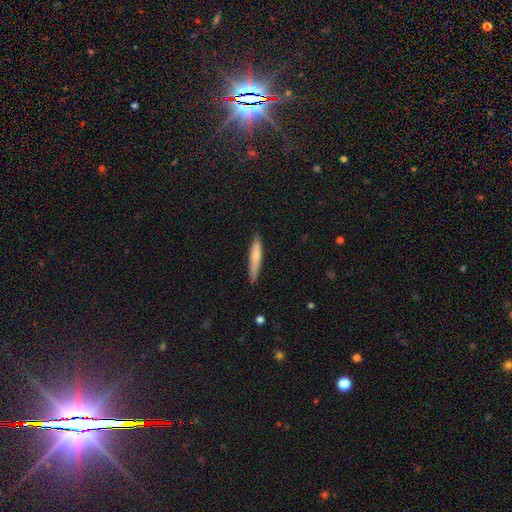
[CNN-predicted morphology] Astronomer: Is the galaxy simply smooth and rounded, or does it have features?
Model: smooth — 72%.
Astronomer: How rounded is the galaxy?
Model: cigar-shaped — 92%.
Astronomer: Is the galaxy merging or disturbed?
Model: none — 85%.